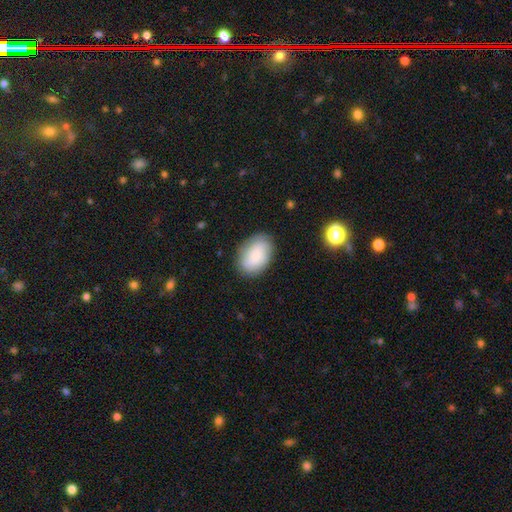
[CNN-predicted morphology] Smooth or featured? smooth (78%)
How rounded? in between (86%)
Merging? none (81%)